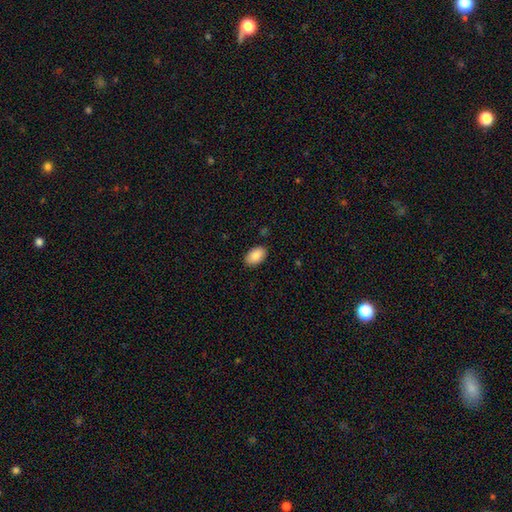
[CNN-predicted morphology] This is clearly a smooth galaxy (86%). How rounded: clearly in between (93%). Merging: clearly none (88%).